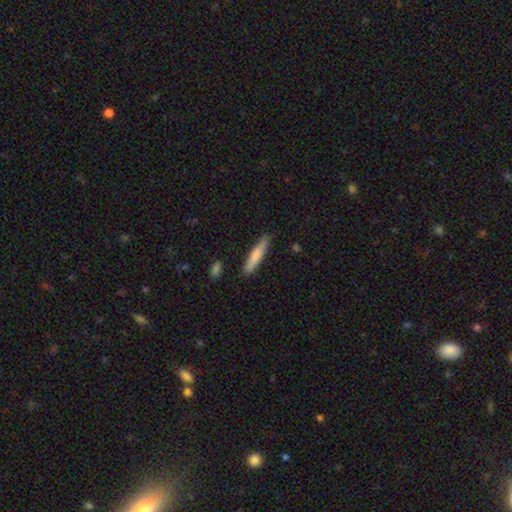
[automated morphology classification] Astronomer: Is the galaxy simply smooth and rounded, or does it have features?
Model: smooth — 74%.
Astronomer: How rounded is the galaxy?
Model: cigar-shaped — 88%.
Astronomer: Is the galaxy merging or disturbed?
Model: none — 85%.